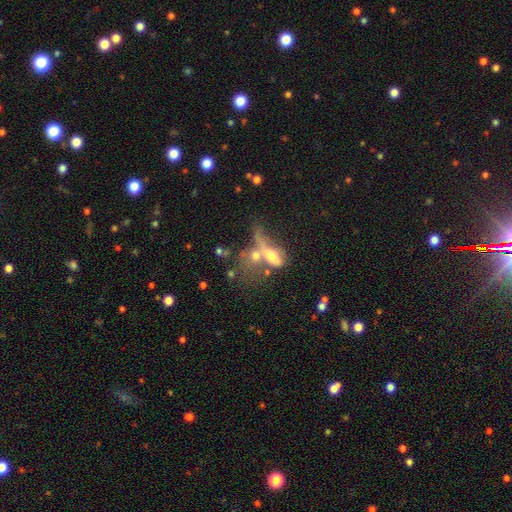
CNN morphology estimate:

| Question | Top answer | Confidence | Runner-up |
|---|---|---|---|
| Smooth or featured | smooth | 50% | featured or disk (37%) |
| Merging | merger | 58% | major disturbance (19%) |